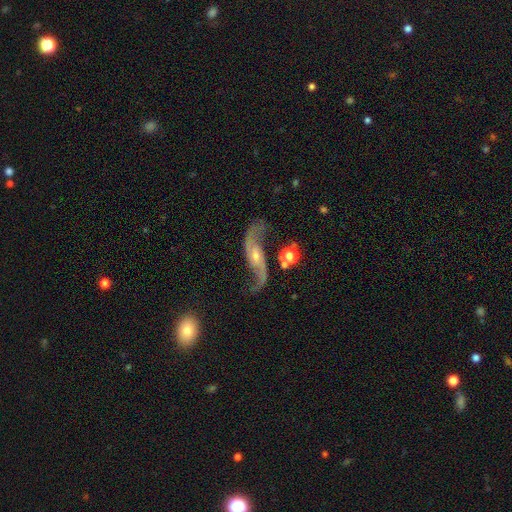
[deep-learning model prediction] Morphology: type=featured or disk (88%); edge-on=no (94%); bar=no (58%); spiral arms=yes (96%); winding=loose (82%); arm count=2 (93%); bulge=small (65%); merging=none (67%).